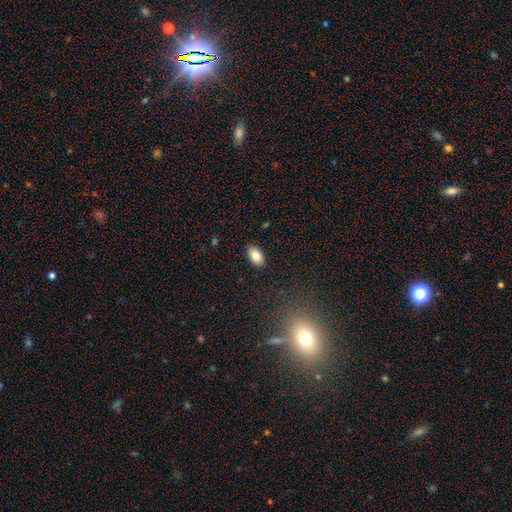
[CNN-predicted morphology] This appears to be a smooth galaxy with no disk features (84%) that is in between round and cigar-shaped (93%). Merging: none (88%).